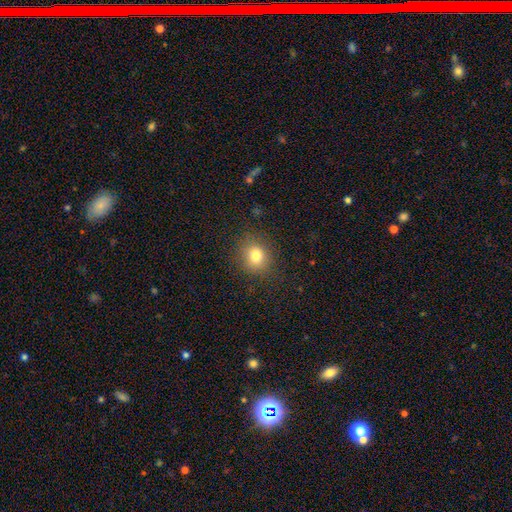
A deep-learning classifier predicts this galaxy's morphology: smooth 79%, star or artifact 13%, featured or disk 8%. Down the decision tree: how rounded — round (73%); merging — none (85%).